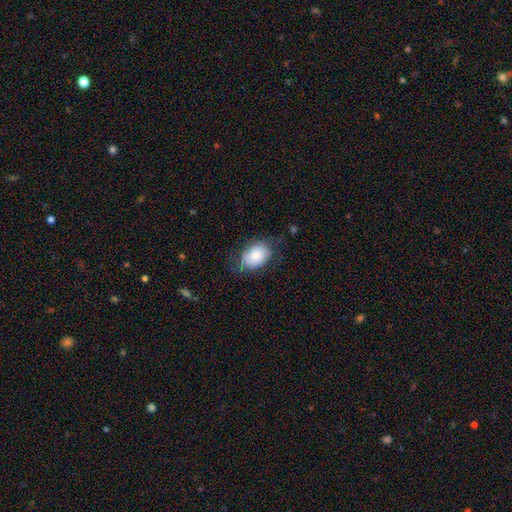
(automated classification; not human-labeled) Morphology: type=smooth (77%); roundness=in between (76%); merging=none (64%).